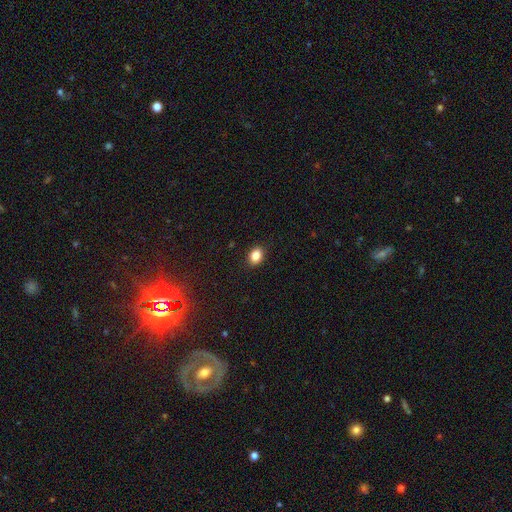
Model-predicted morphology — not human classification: This appears to be a smooth galaxy with no disk features (86%) that is in between round and cigar-shaped (66%). Merging: none (89%).